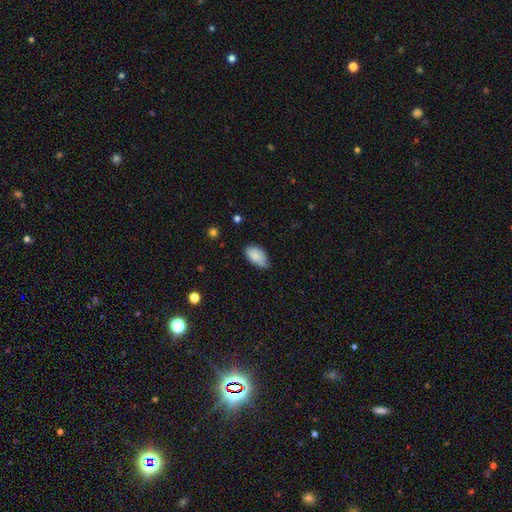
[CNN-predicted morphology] Smooth or featured?
  - smooth: 84% *
  - featured or disk: 9%
  - star or artifact: 7%
How rounded?
  - in between: 93% *
  - round: 5%
  - cigar-shaped: 2%
Merging?
  - none: 54% *
  - minor disturbance: 39%
  - major disturbance: 6%
  - merger: 2%